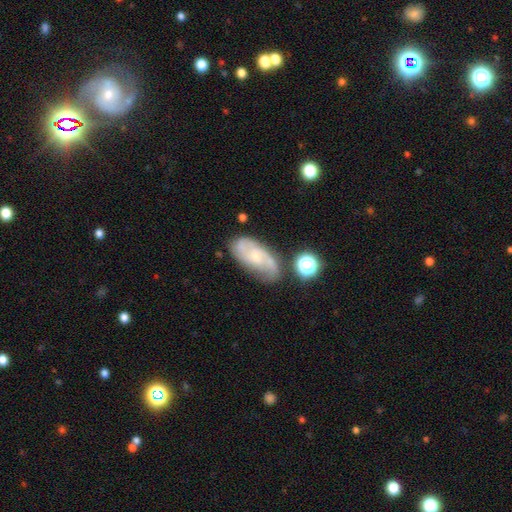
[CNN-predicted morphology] A featured or disk galaxy (71%) with no bar (65%), 2 (58%) medium (45%) spiral arms (91%) and a small central bulge (69%).

Vote fractions:
- Smooth or featured? featured or disk: 71% / smooth: 21% / star or artifact: 8%
- Edge-on disk? no: 94% / yes: 6%
- Bar? no: 65% / weak: 30% / strong: 5%
- Spiral arms? yes: 91% / no: 9%
- Spiral winding? medium: 45% / tight: 31% / loose: 24%
- Spiral arm count? 2: 58% / can't tell: 22% / 3: 10% / 1: 5% / 4: 3% / more than 4: 2%
- Bulge size? small: 69% / moderate: 25% / none: 4% / large: 1% / dominant: 1%
- Merging? none: 63% / minor disturbance: 23% / major disturbance: 8% / merger: 6%